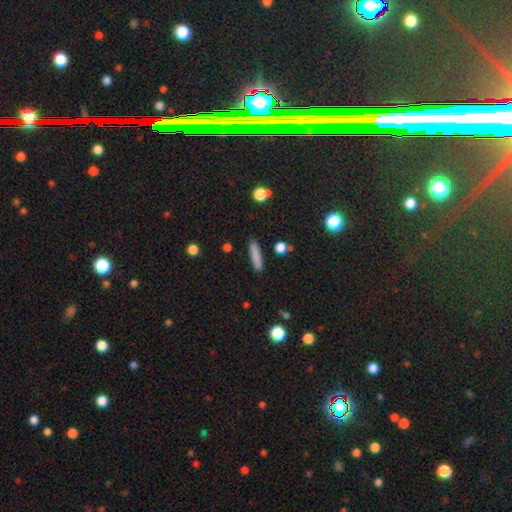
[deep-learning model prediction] Q: Smooth or featured?
A: smooth (83%); runner-up: featured or disk (9%)
Q: How rounded?
A: cigar-shaped (84%); runner-up: in between (14%)
Q: Merging?
A: none (88%); runner-up: minor disturbance (8%)